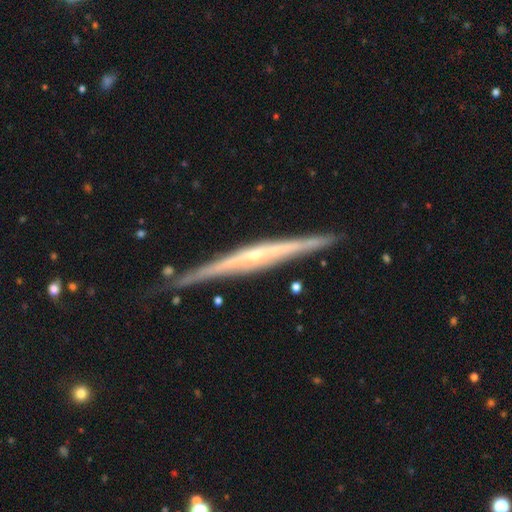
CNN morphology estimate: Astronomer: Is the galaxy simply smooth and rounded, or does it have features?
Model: featured or disk — 83%.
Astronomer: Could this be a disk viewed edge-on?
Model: yes — 97%.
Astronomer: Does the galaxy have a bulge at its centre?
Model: rounded — 56% (runner-up: none, 34%).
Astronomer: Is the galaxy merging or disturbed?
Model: none — 85%.